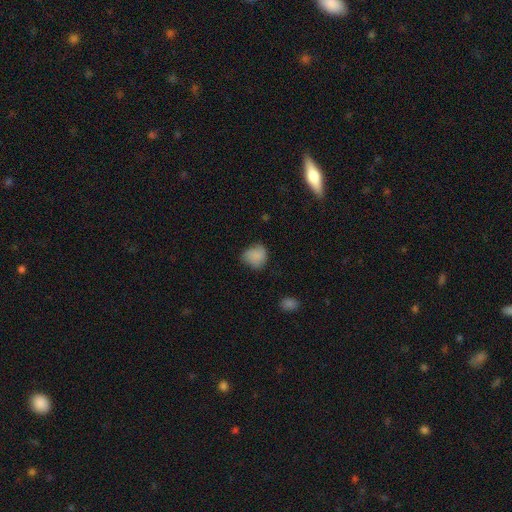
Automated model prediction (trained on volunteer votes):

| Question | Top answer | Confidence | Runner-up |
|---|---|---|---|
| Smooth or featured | smooth | 83% | star or artifact (9%) |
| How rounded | round | 70% | in between (29%) |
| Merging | none | 59% | minor disturbance (31%) |